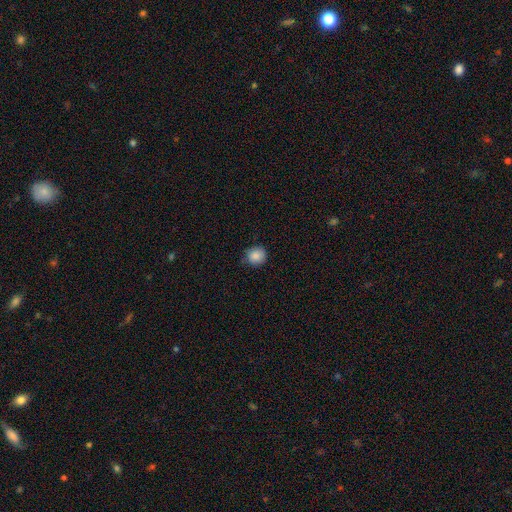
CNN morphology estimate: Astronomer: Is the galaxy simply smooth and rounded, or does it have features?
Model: smooth — 87%.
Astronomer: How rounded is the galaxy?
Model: round — 87%.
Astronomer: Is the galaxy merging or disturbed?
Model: none — 78%.